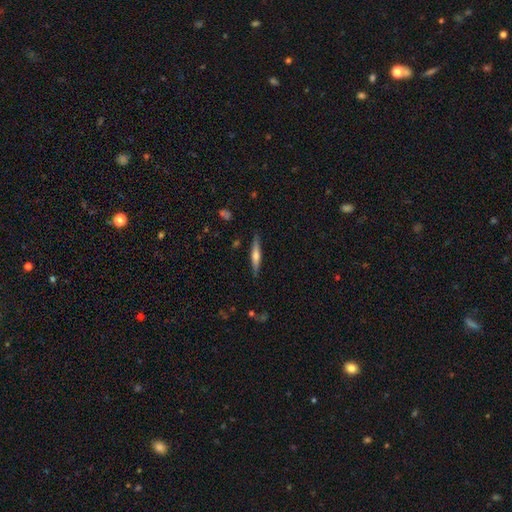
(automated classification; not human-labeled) This appears to be a featured or disk galaxy (49%). Merging: none (87%).